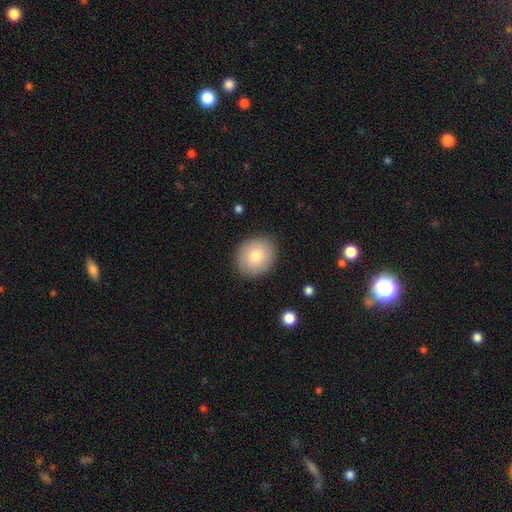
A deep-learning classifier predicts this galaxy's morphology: This appears to be a smooth galaxy with no disk features (80%) that is round (75%). Merging: none (88%).